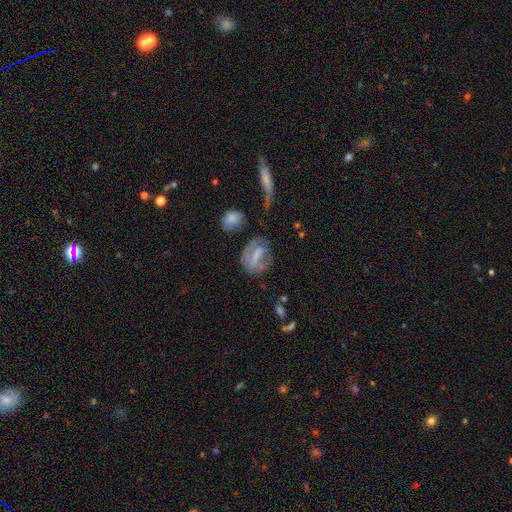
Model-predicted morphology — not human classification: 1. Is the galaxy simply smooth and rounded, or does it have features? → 47% featured or disk, 42% smooth, 11% star or artifact.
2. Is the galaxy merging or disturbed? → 46% none, 24% major disturbance, 24% minor disturbance, 7% merger.